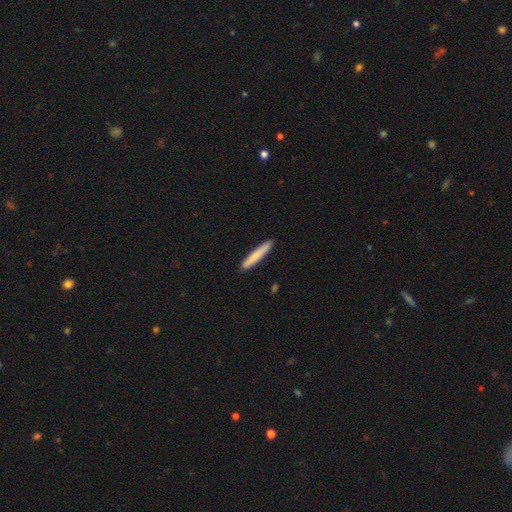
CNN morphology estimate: Smooth or featured? smooth (80%)
How rounded? cigar-shaped (95%)
Merging? none (91%)